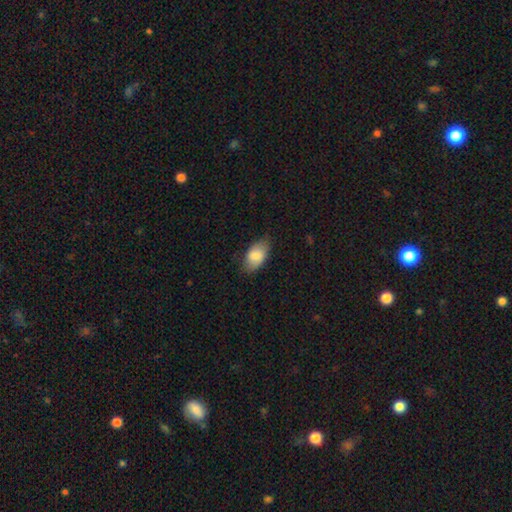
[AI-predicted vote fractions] smooth 83%, featured or disk 11%, star or artifact 6%. Down the decision tree: how rounded — in between (93%); merging — none (74%).